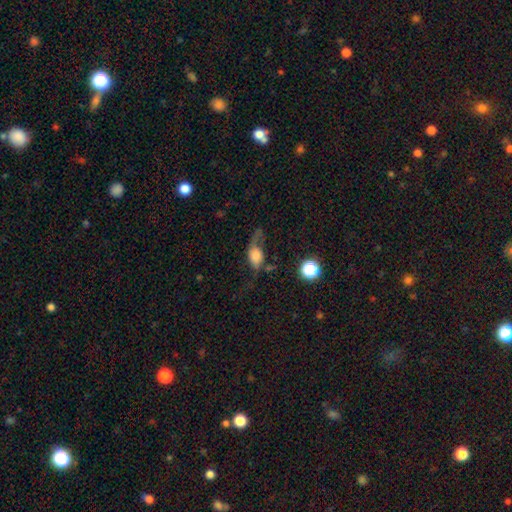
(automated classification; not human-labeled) The model was most divided on "merging": major disturbance: 44%, none: 27%, minor disturbance: 23%, merger: 6%. More confident: how rounded — in between (68%); smooth or featured — smooth (57%).